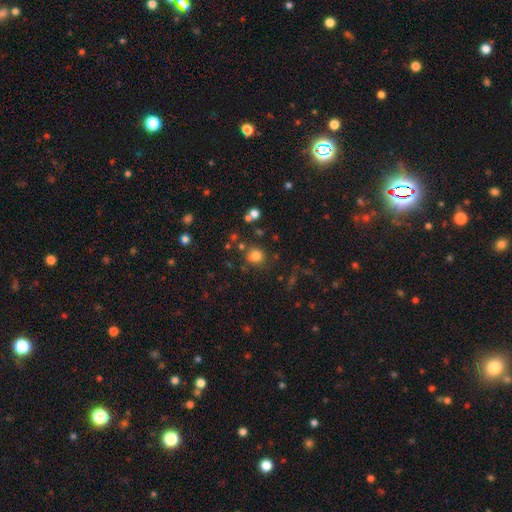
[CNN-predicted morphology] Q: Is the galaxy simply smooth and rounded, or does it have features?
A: smooth — 80%.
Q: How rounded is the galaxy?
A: round — 84%.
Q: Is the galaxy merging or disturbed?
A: none — 79%.